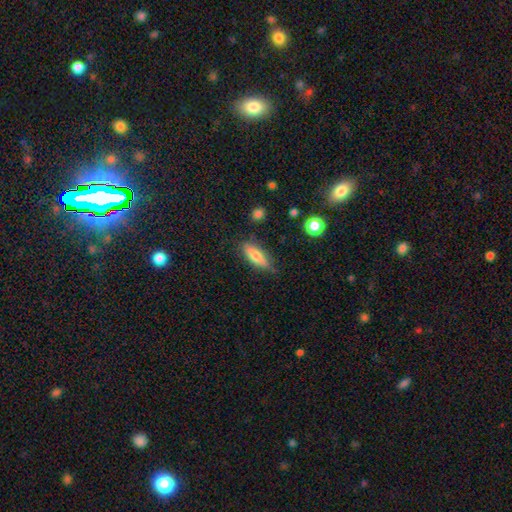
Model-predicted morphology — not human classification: Smooth or featured? Predicted: smooth (p=0.65). How rounded? Predicted: cigar-shaped (p=0.53). Merging? Predicted: none (p=0.78).